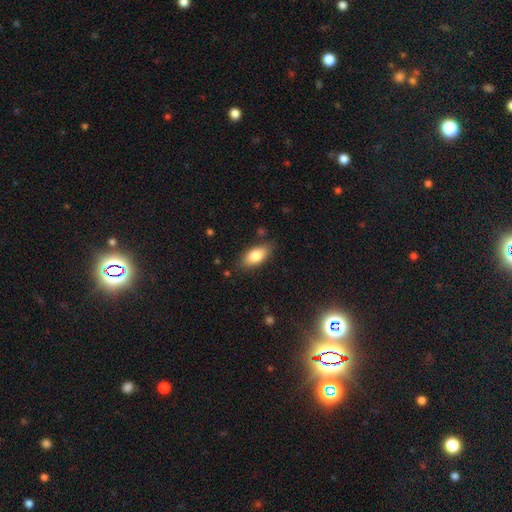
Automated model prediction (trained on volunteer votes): This appears to be a smooth galaxy with no disk features (81%) that is in between round and cigar-shaped (89%). Merging: none (82%).